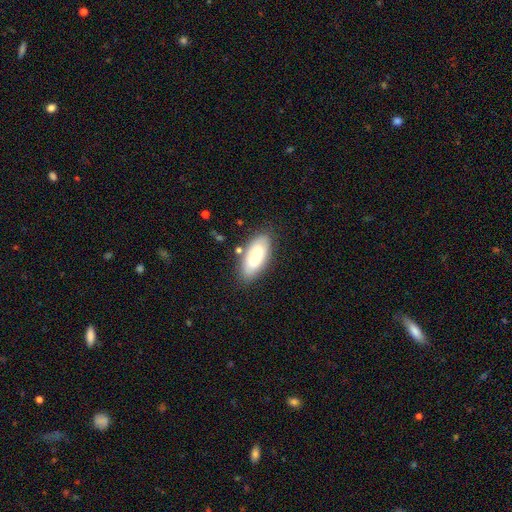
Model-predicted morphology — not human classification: Q: Smooth or featured?
A: smooth (69%); runner-up: featured or disk (25%)
Q: How rounded?
A: in between (84%); runner-up: cigar-shaped (14%)
Q: Merging?
A: none (80%); runner-up: minor disturbance (13%)